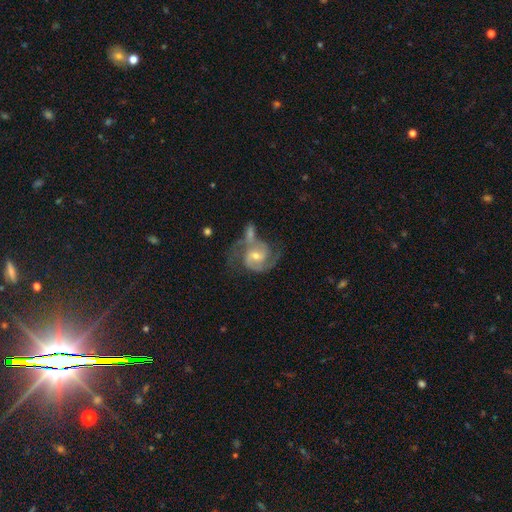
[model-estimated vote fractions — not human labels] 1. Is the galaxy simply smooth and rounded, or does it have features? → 87% featured or disk, 8% smooth, 5% star or artifact.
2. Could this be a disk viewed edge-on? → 98% no, 2% yes.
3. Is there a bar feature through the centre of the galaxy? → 47% weak, 41% no, 12% strong.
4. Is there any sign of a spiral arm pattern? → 96% yes, 4% no.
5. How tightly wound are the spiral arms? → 53% medium, 31% tight, 16% loose.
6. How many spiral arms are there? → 83% 2, 6% can't tell, 5% 3, 4% 1, 1% 4, 1% more than 4.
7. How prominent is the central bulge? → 50% moderate, 46% small, 2% large, 2% none, 1% dominant.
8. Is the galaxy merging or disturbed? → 41% none, 28% merger, 17% minor disturbance, 14% major disturbance.